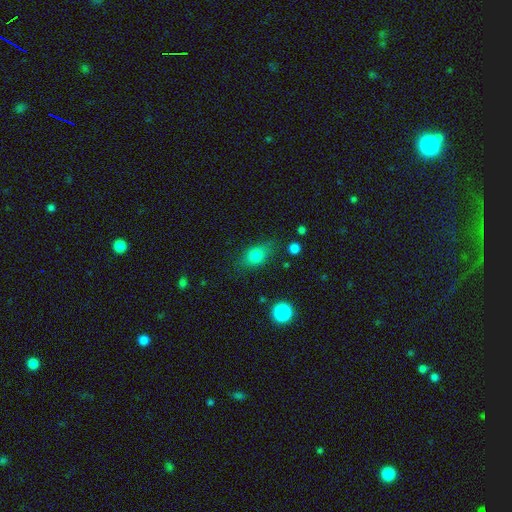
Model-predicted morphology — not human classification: Smooth or featured? smooth (77%)
How rounded? in between (68%)
Merging? none (71%)